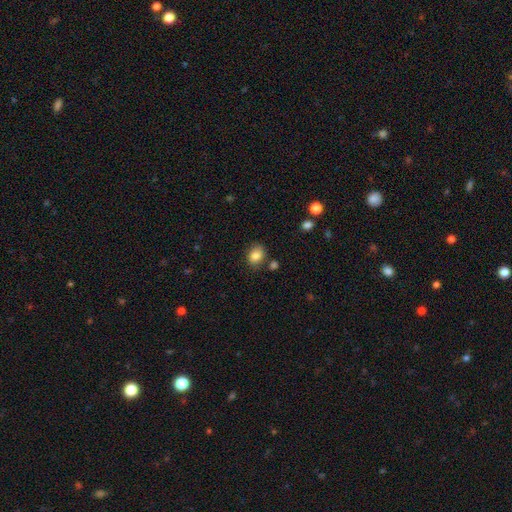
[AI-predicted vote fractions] Overall: smooth (85%). How rounded: in between (51%; round 48%). Merging: none (77%).